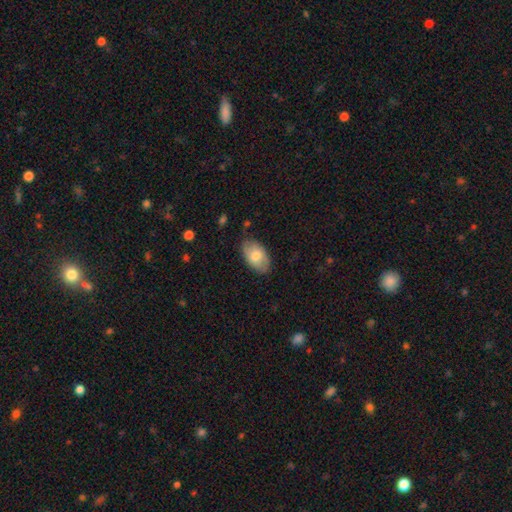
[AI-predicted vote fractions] Overall: smooth (73%). How rounded: in between (94%). Merging: none (79%).